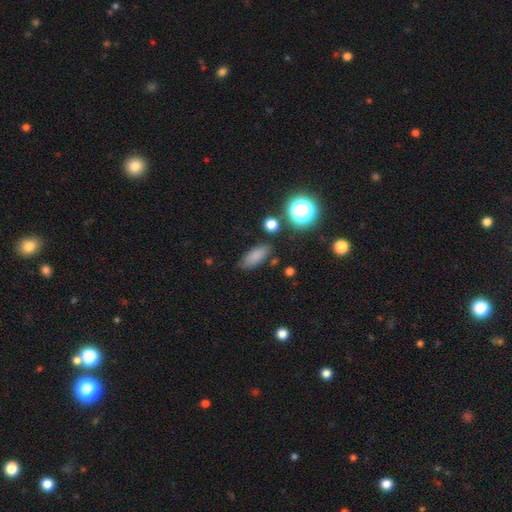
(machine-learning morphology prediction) smooth_or_featured: smooth (p=0.80) [alt: star or artifact p=0.12]
how_rounded: in between (p=0.76) [alt: cigar-shaped p=0.18]
merging: none (p=0.78) [alt: minor disturbance p=0.14]